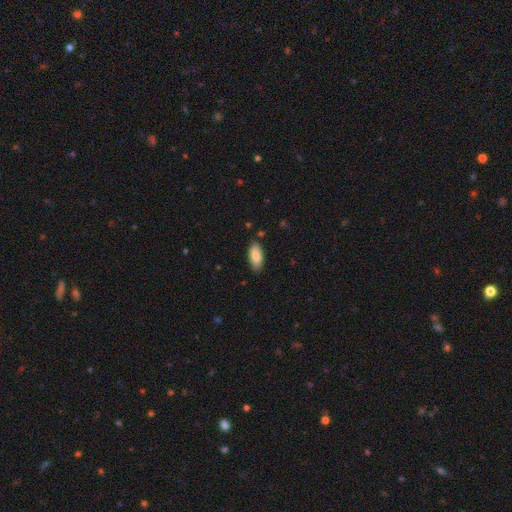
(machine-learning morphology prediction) type=smooth (83%); roundness=in between (89%); merging=none (86%).